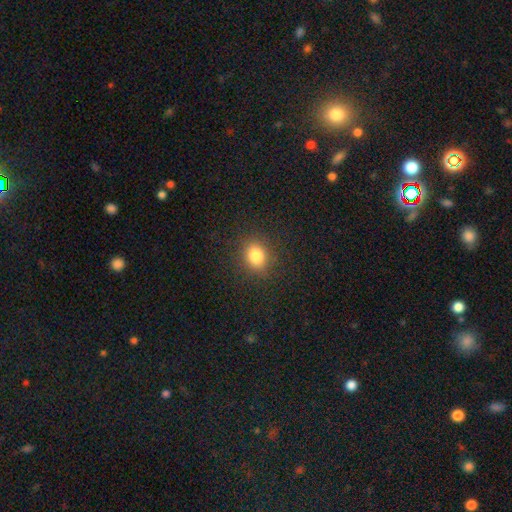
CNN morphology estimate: smooth-or-featured: smooth: 81% | star or artifact: 13% | featured or disk: 6%
  how-rounded: round: 64% | in between: 35% | cigar-shaped: 1%
  merging: none: 87% | minor disturbance: 9% | major disturbance: 3% | merger: 1%